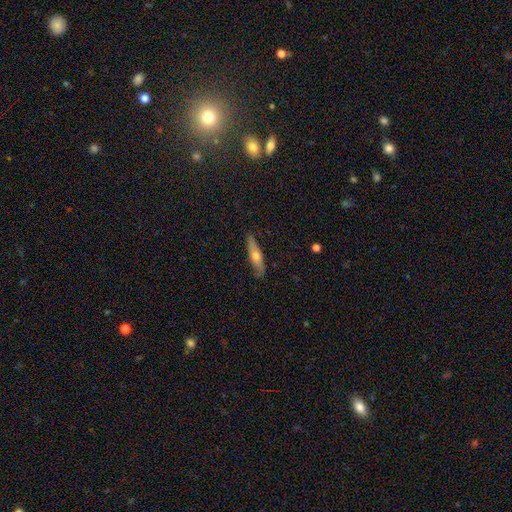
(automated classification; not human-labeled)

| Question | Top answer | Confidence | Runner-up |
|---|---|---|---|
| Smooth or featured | smooth | 50% | featured or disk (44%) |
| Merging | none | 83% | minor disturbance (13%) |